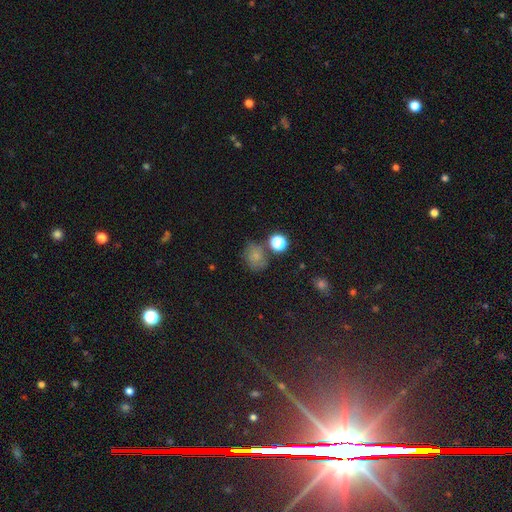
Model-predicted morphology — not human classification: Smooth or featured: smooth — 73% (star or artifact — 17%)
How rounded: round — 57% (in between — 41%)
Merging: none — 61% (minor disturbance — 20%)